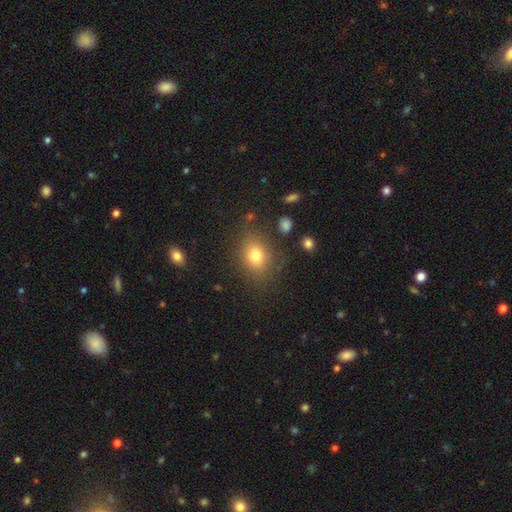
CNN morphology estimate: This appears to be a smooth galaxy with no disk features (77%) that is round (50%). Merging: none (80%).